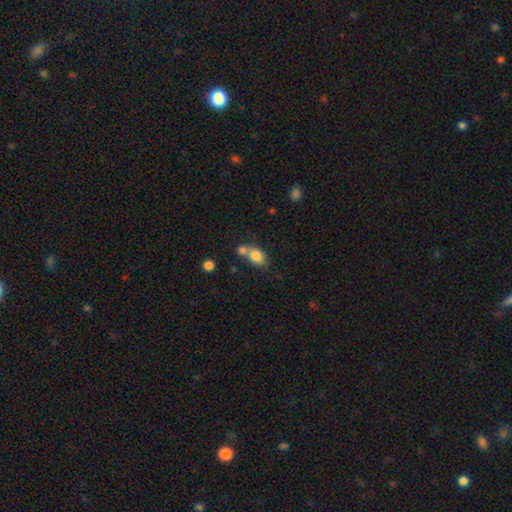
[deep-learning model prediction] The model was most divided on "merging": merger: 45%, none: 39%, minor disturbance: 12%, major disturbance: 4%. More confident: smooth or featured — smooth (81%); how rounded — in between (77%).